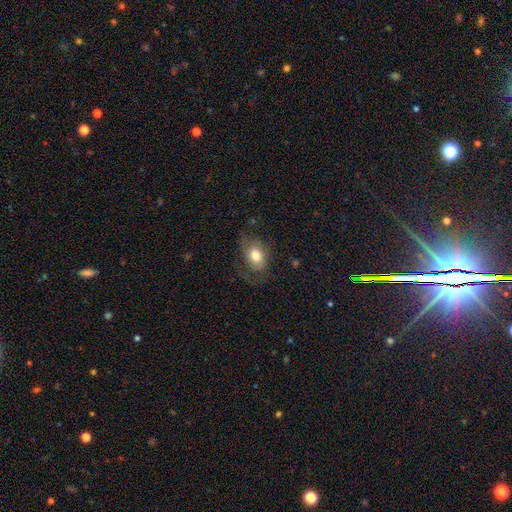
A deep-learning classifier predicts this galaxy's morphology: smooth-or-featured: smooth: 69% | featured or disk: 23% | star or artifact: 8%
  how-rounded: in between: 77% | round: 22% | cigar-shaped: 1%
  merging: none: 55% | minor disturbance: 25% | major disturbance: 19% | merger: 2%